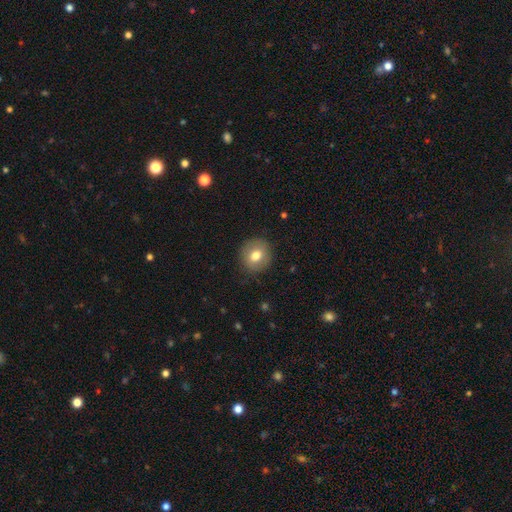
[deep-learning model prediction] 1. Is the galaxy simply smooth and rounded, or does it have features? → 74% smooth, 18% featured or disk, 9% star or artifact.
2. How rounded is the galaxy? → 86% round, 13% in between, 1% cigar-shaped.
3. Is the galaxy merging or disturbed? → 87% none, 9% minor disturbance, 3% major disturbance, 1% merger.